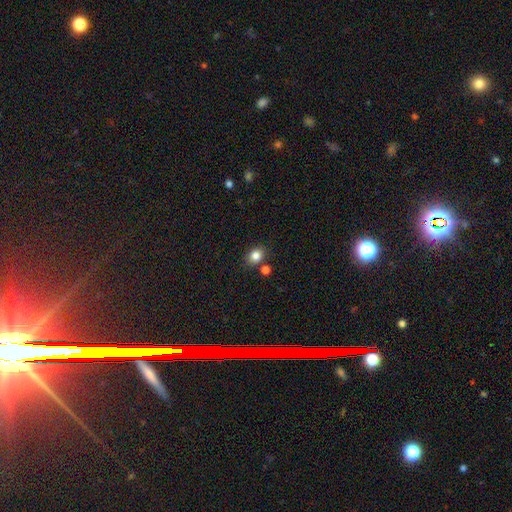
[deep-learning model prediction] Smooth or featured: smooth — 83% (star or artifact — 11%)
How rounded: in between — 52% (round — 47%)
Merging: none — 76% (minor disturbance — 11%)